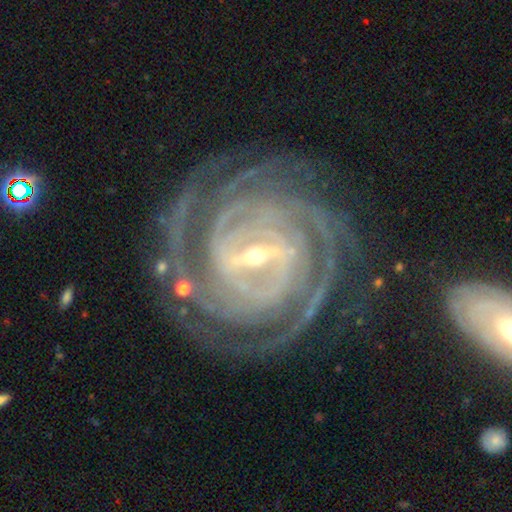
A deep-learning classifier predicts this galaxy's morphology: The model was most divided on "spiral arm count": 4: 29%, 3: 20%, 2: 16%, can't tell: 14%, more than 4: 13%, 1: 7%. More confident: spiral arms — yes (99%); edge-on disk — no (97%); smooth or featured — featured or disk (93%); spiral winding — tight (83%); merging — none (78%); bulge size — small (73%); bar — strong (65%).